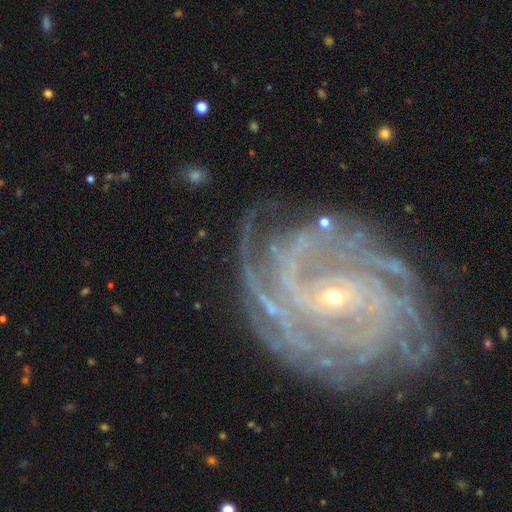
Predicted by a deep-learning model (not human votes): Morphology: type=featured or disk (89%); edge-on=no (97%); bar=no (54%); spiral arms=yes (97%); winding=tight (73%); arm count=can't tell (22%); bulge=small (81%); merging=none (73%).